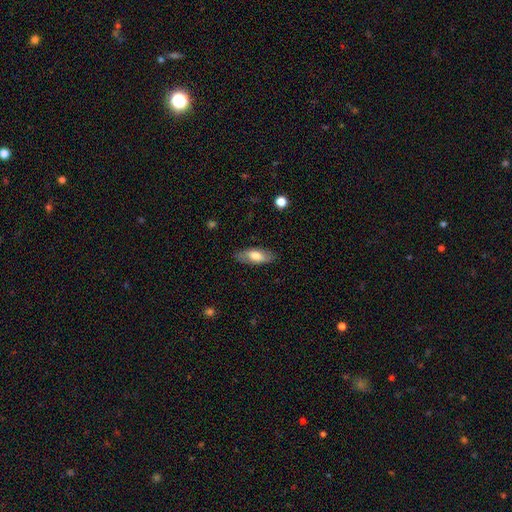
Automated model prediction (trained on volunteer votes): smooth 69%, featured or disk 25%, star or artifact 6%. Down the decision tree: how rounded — in between (77%); merging — none (82%).